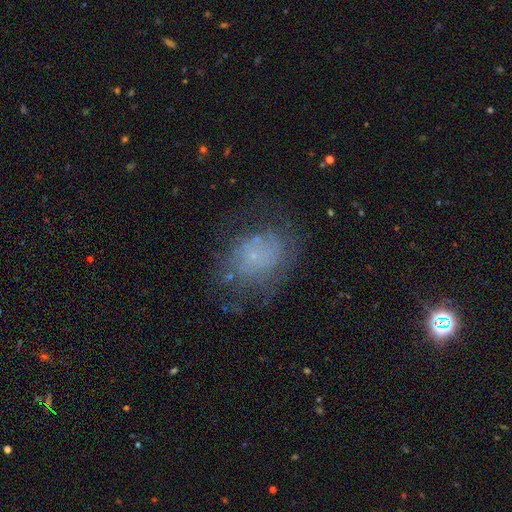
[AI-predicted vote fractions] Smooth or featured? Predicted: smooth (p=0.44). Merging? Predicted: none (p=0.60).